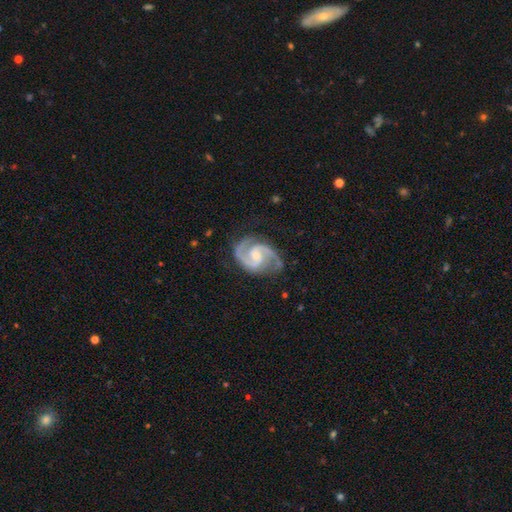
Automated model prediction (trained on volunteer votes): featured or disk 94%, star or artifact 4%, smooth 3%. Down the decision tree: edge-on disk — no (98%); bar — weak (50%); spiral arms — yes (99%); spiral arm count — 2 (93%); spiral winding — medium (64%); bulge size — small (49%); merging — none (76%).